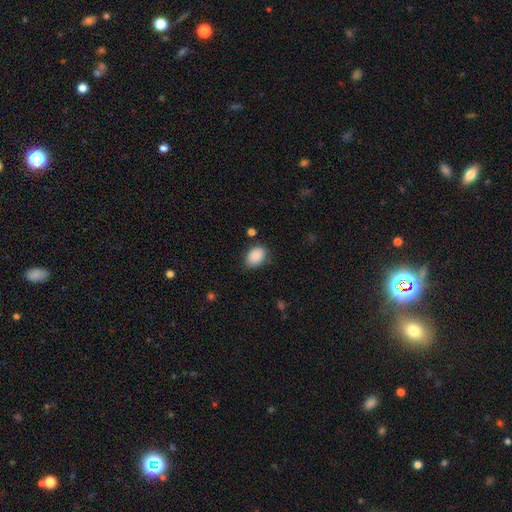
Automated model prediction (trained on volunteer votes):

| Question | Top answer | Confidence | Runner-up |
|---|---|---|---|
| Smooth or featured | smooth | 89% | star or artifact (7%) |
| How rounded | in between | 83% | round (16%) |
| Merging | none | 77% | minor disturbance (17%) |